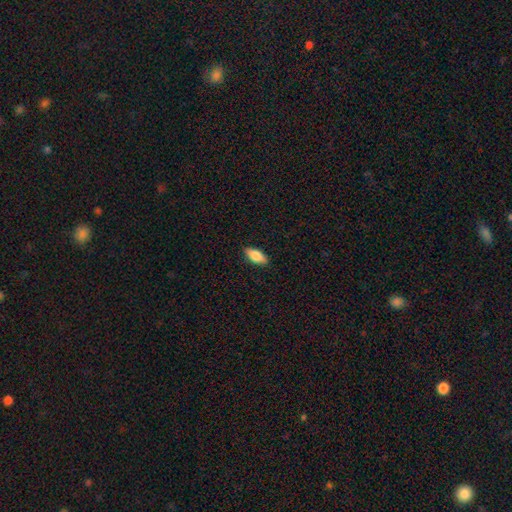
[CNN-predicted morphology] smooth 78%, featured or disk 16%, star or artifact 6%. Down the decision tree: how rounded — in between (82%); merging — none (88%).